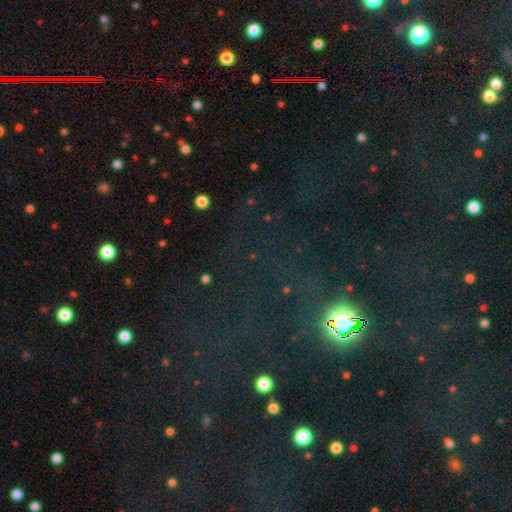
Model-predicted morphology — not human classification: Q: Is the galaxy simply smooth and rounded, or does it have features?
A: star or artifact — 73%.